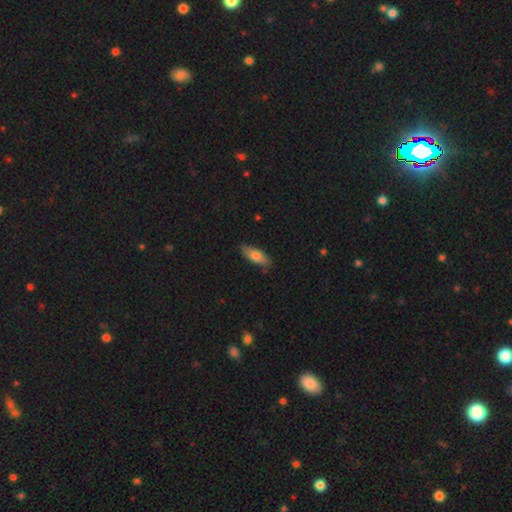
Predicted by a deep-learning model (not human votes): Smooth or featured: smooth — 74% (featured or disk — 20%)
How rounded: in between — 67% (cigar-shaped — 31%)
Merging: none — 81% (minor disturbance — 15%)